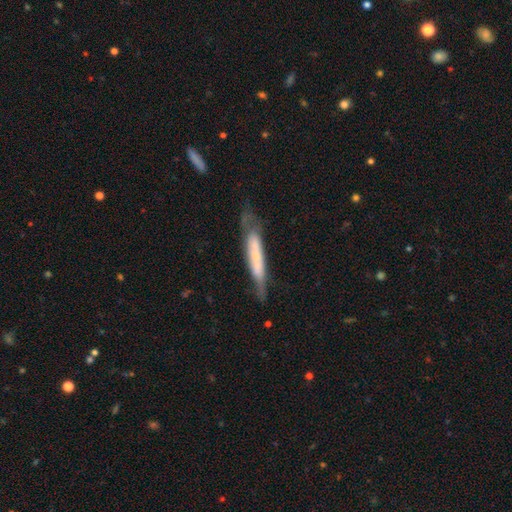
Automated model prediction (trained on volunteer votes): This appears to be a featured or disk galaxy (52%) viewed edge-on (66%). Merging: none (56%).